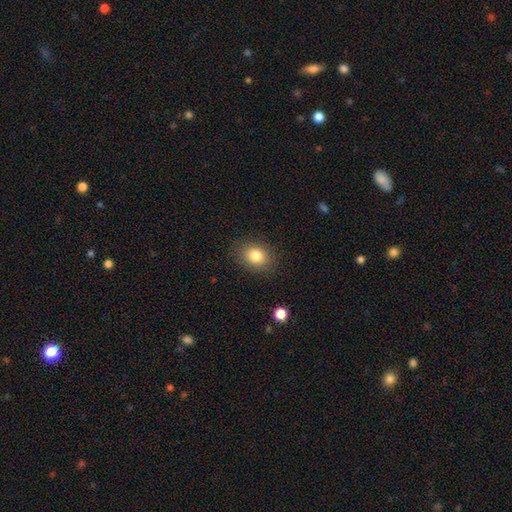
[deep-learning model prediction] Smooth or featured?
  - smooth: 82% *
  - star or artifact: 10%
  - featured or disk: 8%
How rounded?
  - in between: 54% *
  - round: 45%
  - cigar-shaped: 1%
Merging?
  - none: 86% *
  - minor disturbance: 10%
  - major disturbance: 3%
  - merger: 1%